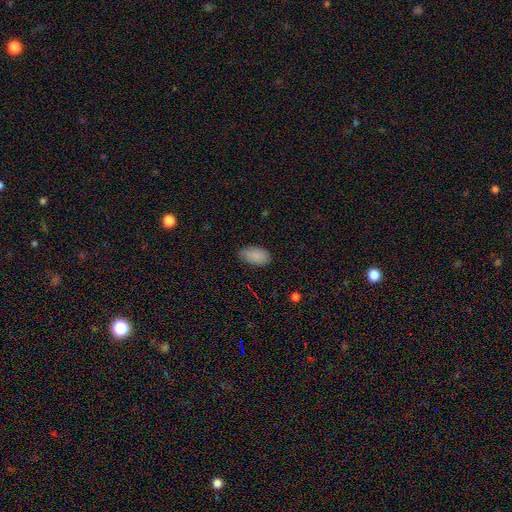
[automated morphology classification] type=smooth (87%); roundness=in between (94%); merging=none (74%).